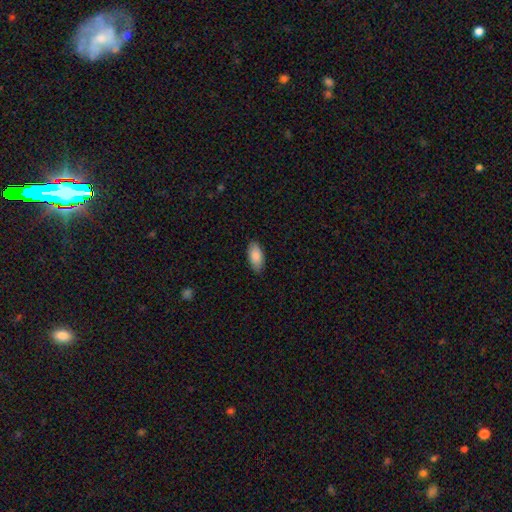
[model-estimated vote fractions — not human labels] Smooth or featured? Predicted: smooth (p=0.88). How rounded? Predicted: in between (p=0.93). Merging? Predicted: none (p=0.87).